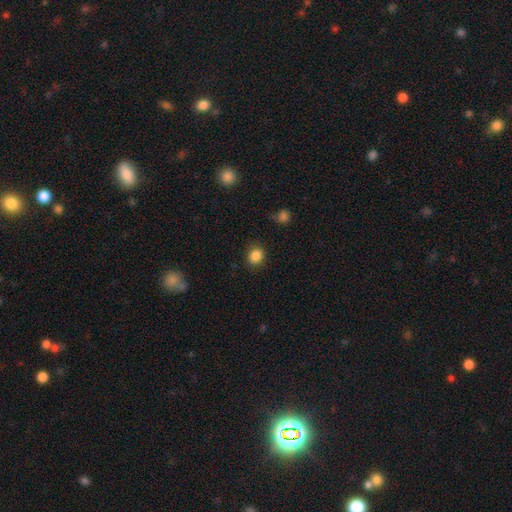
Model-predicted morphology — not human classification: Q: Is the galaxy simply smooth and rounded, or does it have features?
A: smooth — 86%.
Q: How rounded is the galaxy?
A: round — 68%.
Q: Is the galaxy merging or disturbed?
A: none — 84%.